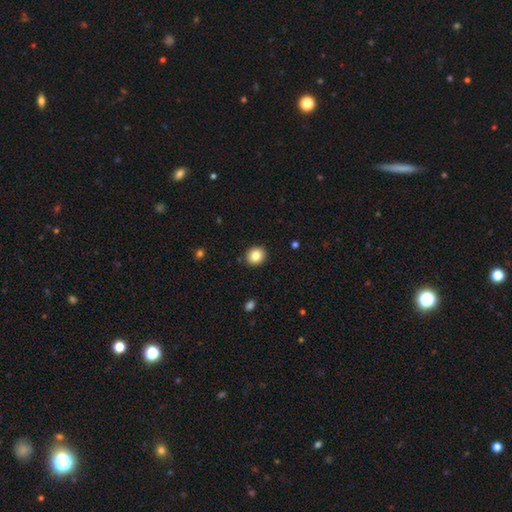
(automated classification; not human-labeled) This appears to be a smooth galaxy with no disk features (84%) that is round (77%). Merging: none (91%).